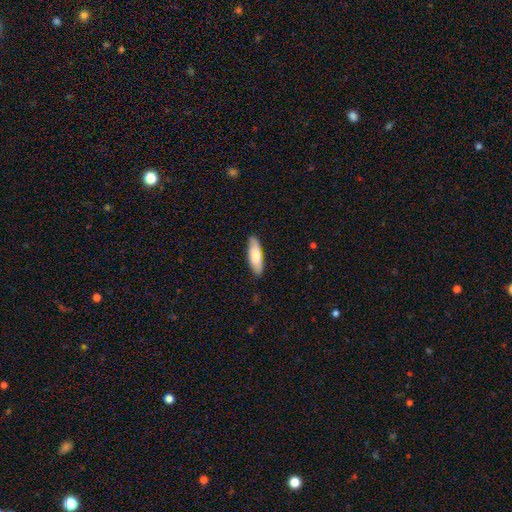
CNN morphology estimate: Overall: smooth (79%). How rounded: in between (54%; cigar-shaped 45%). Merging: none (86%).